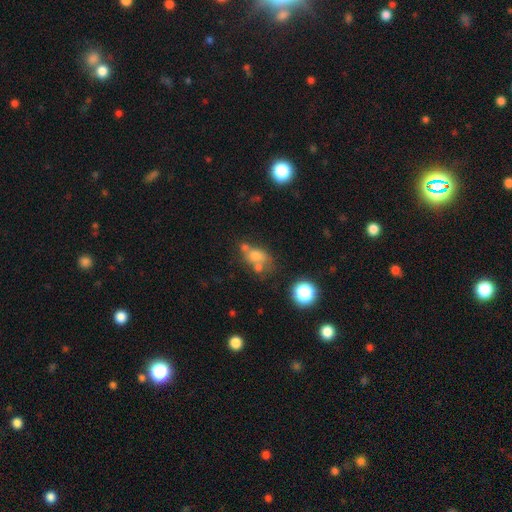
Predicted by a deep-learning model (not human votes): smooth-or-featured: smooth: 64% | featured or disk: 19% | star or artifact: 17%
  how-rounded: in between: 69% | round: 29% | cigar-shaped: 3%
  merging: merger: 35% | none: 34% | minor disturbance: 17% | major disturbance: 14%